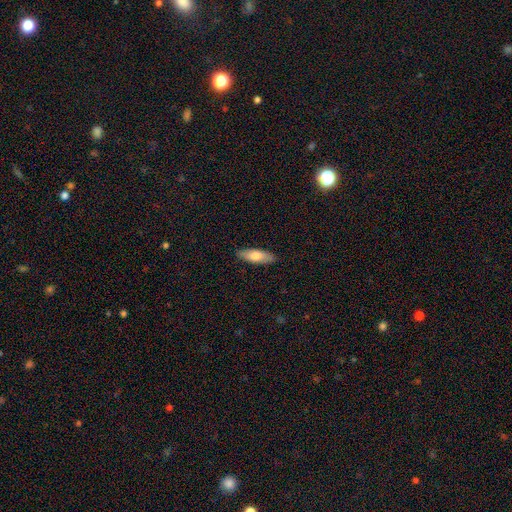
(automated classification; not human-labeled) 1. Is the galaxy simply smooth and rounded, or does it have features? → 73% smooth, 21% featured or disk, 6% star or artifact.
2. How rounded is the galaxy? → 60% in between, 38% cigar-shaped, 2% round.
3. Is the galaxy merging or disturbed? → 88% none, 9% minor disturbance, 2% major disturbance, 1% merger.